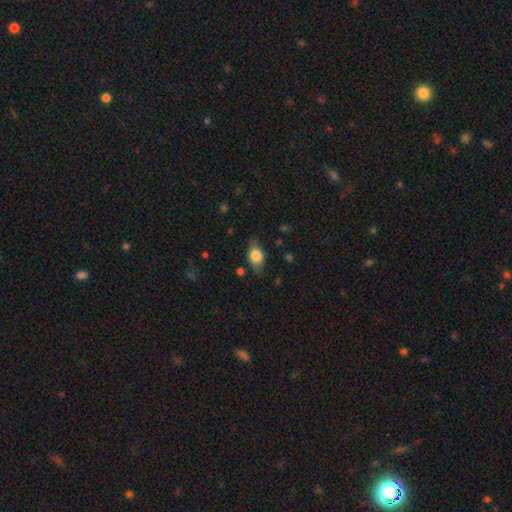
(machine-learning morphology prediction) Smooth or featured? Predicted: smooth (p=0.79). How rounded? Predicted: in between (p=0.76). Merging? Predicted: none (p=0.74).